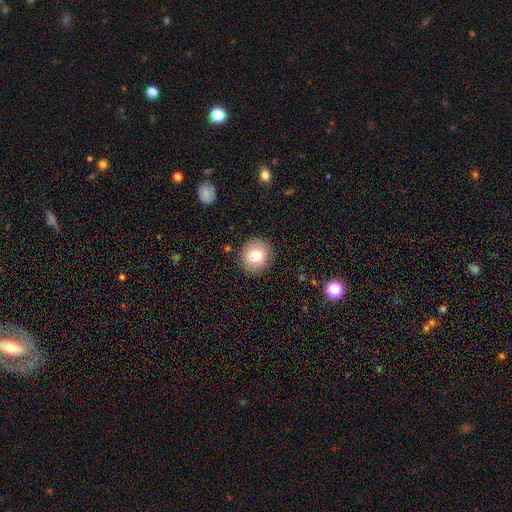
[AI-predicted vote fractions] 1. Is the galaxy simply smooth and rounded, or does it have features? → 78% smooth, 12% featured or disk, 10% star or artifact.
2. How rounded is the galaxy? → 91% round, 8% in between, 1% cigar-shaped.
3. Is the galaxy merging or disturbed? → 90% none, 7% minor disturbance, 2% major disturbance, 1% merger.